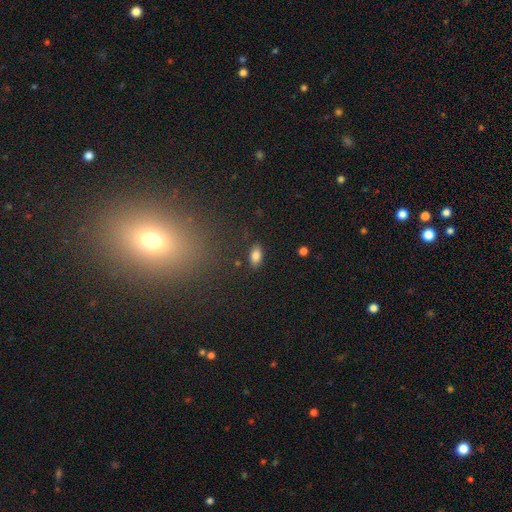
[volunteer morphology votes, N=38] smooth_or_featured: smooth (p=0.84) [alt: featured or disk p=0.11]
how_rounded: in between (p=0.97) [alt: round p=0.03]
merging: none (p=0.94) [alt: minor disturbance p=0.06]